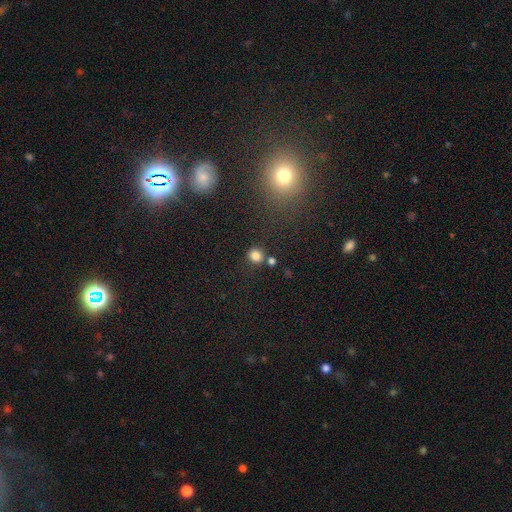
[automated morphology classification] smooth_or_featured: smooth (p=0.81) [alt: star or artifact p=0.14]
how_rounded: round (p=0.88) [alt: in between p=0.11]
merging: none (p=0.78) [alt: merger p=0.10]